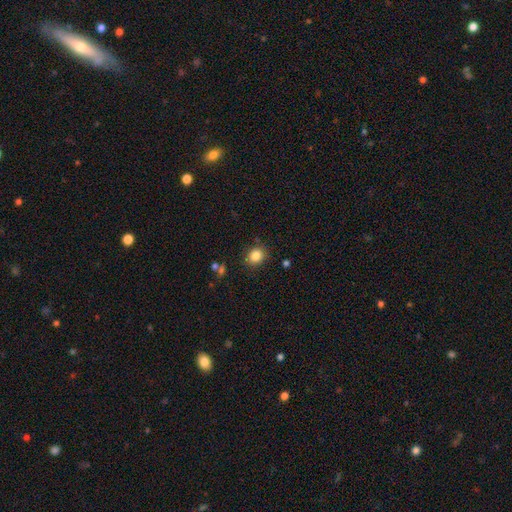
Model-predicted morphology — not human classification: smooth_or_featured: smooth (p=0.84) [alt: star or artifact p=0.11]
how_rounded: round (p=0.66) [alt: in between p=0.33]
merging: none (p=0.86) [alt: minor disturbance p=0.09]